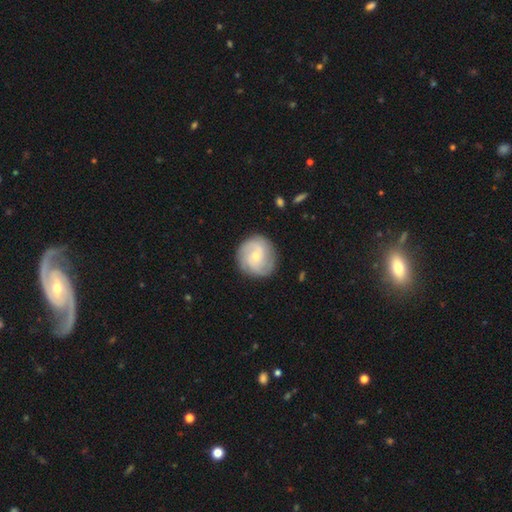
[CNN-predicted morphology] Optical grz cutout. It shows a featured or disk galaxy (70%) with no bar (62%), 2 (38%) tight (50%) spiral arms (93%) and a small central bulge (63%). Merging: none (84%).